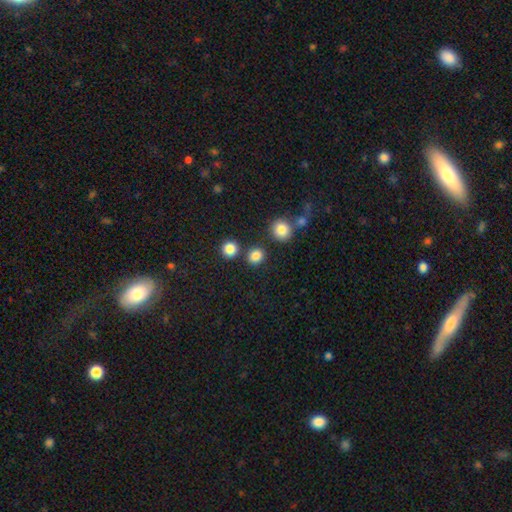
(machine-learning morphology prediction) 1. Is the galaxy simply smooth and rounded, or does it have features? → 84% smooth, 12% star or artifact, 4% featured or disk.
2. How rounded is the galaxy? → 82% round, 17% in between, 1% cigar-shaped.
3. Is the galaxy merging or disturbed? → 82% none, 8% merger, 7% minor disturbance, 3% major disturbance.